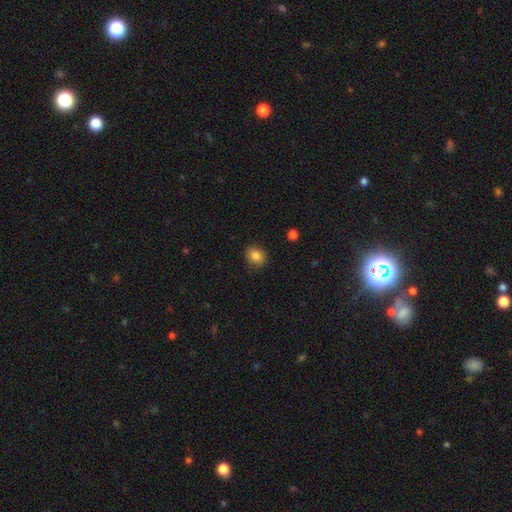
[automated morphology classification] type=smooth (84%); roundness=round (64%); merging=none (86%).